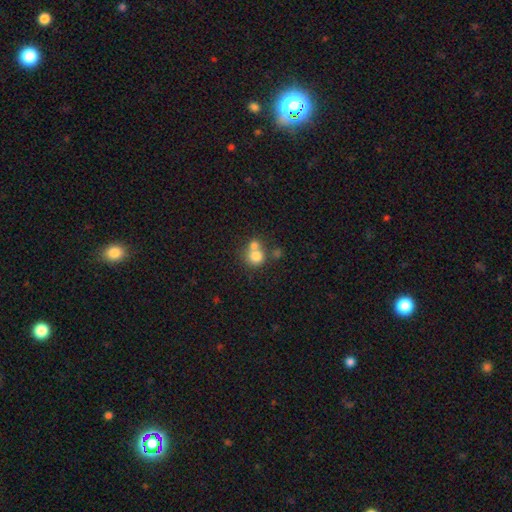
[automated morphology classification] Smooth or featured? smooth (75%)
How rounded? round (85%)
Merging? merger (52%)